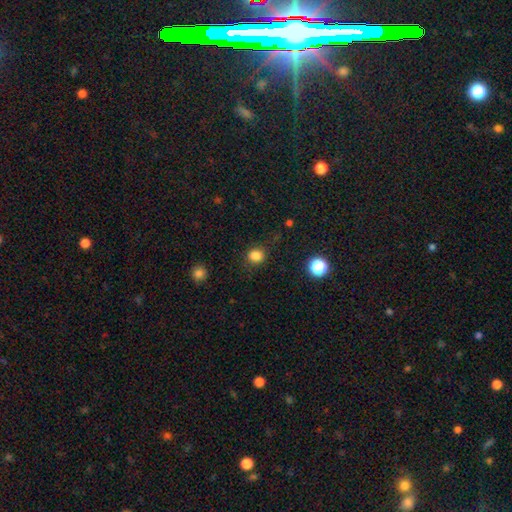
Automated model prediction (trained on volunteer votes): smooth_or_featured: smooth (p=0.83) [alt: star or artifact p=0.13]
how_rounded: round (p=0.70) [alt: in between p=0.29]
merging: none (p=0.82) [alt: minor disturbance p=0.12]